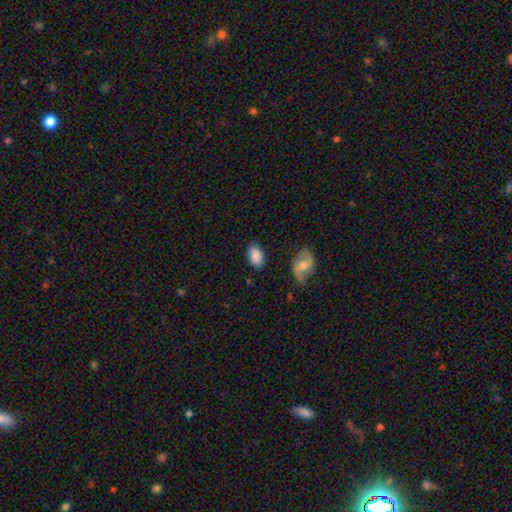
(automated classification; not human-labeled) Overall: smooth (85%). How rounded: in between (92%). Merging: none (81%).